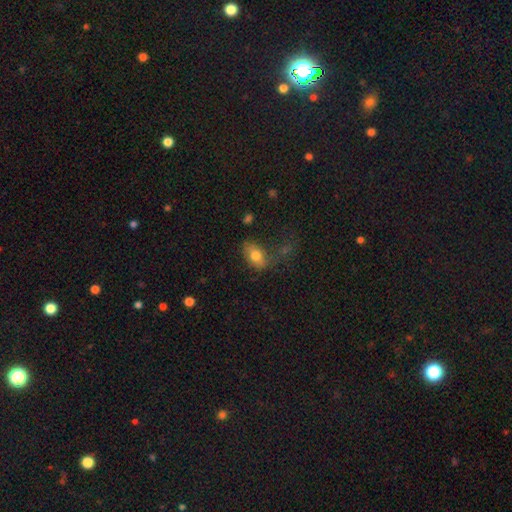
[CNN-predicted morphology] smooth-or-featured: smooth: 76% | featured or disk: 15% | star or artifact: 9%
  how-rounded: in between: 86% | round: 12% | cigar-shaped: 3%
  merging: none: 50% | minor disturbance: 25% | major disturbance: 17% | merger: 8%